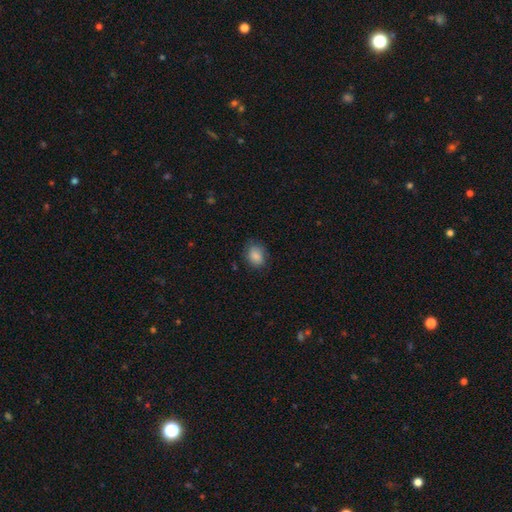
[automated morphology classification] Q: Smooth or featured?
A: smooth (87%); runner-up: star or artifact (8%)
Q: How rounded?
A: in between (62%); runner-up: round (37%)
Q: Merging?
A: none (76%); runner-up: minor disturbance (19%)